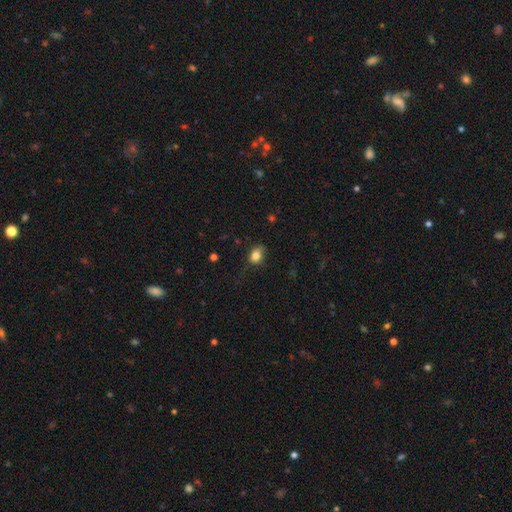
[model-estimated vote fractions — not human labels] The model was most divided on "how rounded": in between: 58%, round: 41%, cigar-shaped: 1%. More confident: smooth or featured — smooth (82%); merging — none (64%).